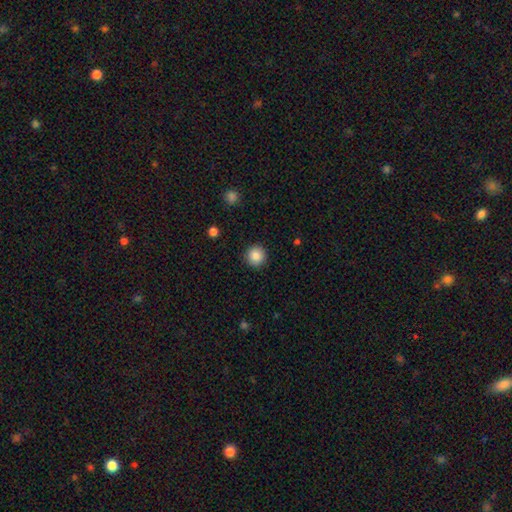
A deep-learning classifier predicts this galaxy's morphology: This is clearly a smooth galaxy (87%). How rounded: clearly round (95%). Merging: clearly none (92%).